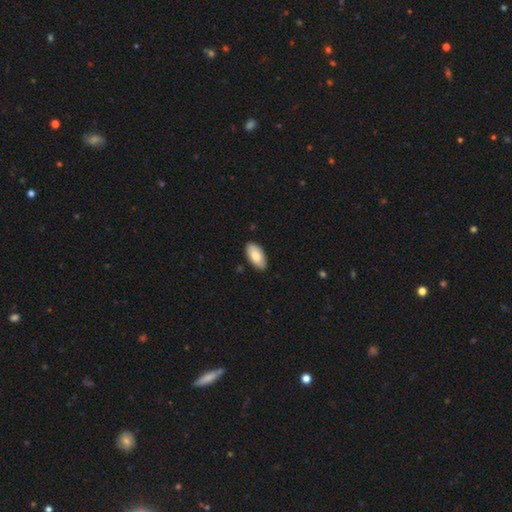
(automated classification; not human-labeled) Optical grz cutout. It shows a smooth galaxy with no disk features (82%) that is in between round and cigar-shaped (94%). Merging: none (88%).